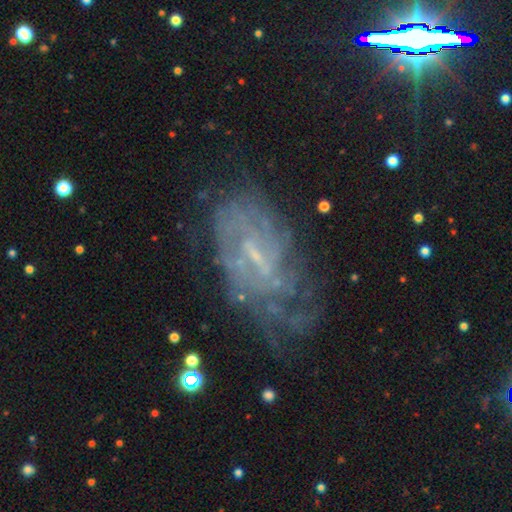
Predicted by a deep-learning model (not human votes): featured or disk 70%, star or artifact 17%, smooth 13%. Down the decision tree: edge-on disk — no (94%); bar — weak (50%); spiral arms — yes (78%); spiral arm count — can't tell (60%); spiral winding — tight (50%); bulge size — small (57%); merging — none (53%).